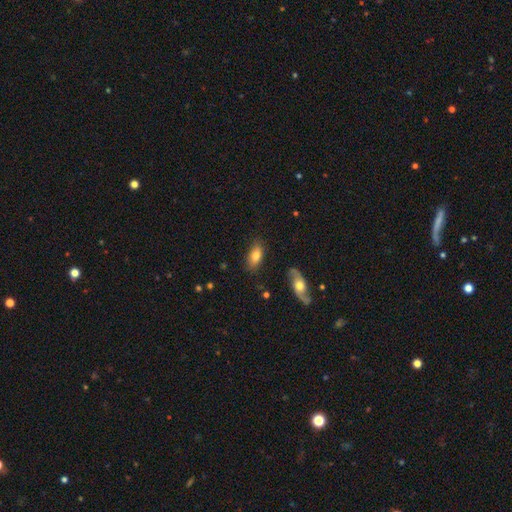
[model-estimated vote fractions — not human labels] This is likely a smooth galaxy (75%). How rounded: clearly in between (88%). Merging: likely none (80%).